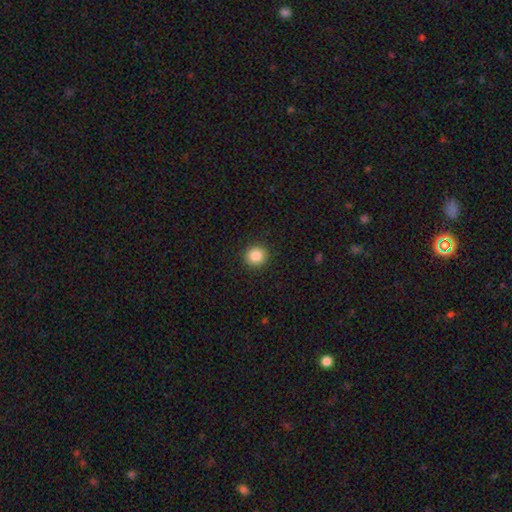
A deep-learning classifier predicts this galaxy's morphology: smooth_or_featured: smooth (p=0.86) [alt: star or artifact p=0.10]
how_rounded: round (p=0.91) [alt: in between p=0.08]
merging: none (p=0.92) [alt: minor disturbance p=0.05]